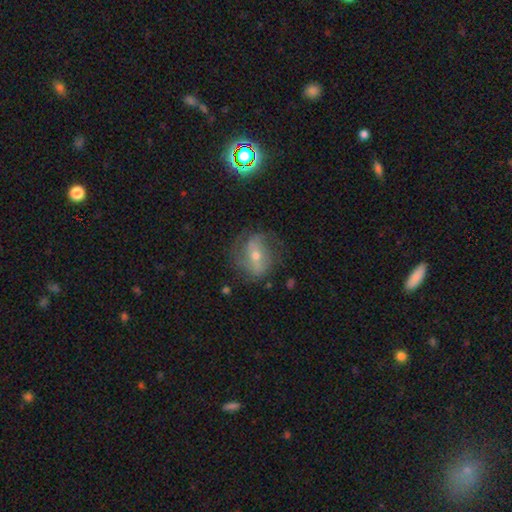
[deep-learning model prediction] This is likely a featured or disk galaxy (68%). It is clearly not viewed edge-on (93%). Bar: marginally strong (38%). Spiral arm pattern: clearly yes (82%). Spiral arm count: likely 2 (60%). Spiral winding: marginally medium (42%). Central bulge: possibly moderate (49%). Merging: likely none (66%).